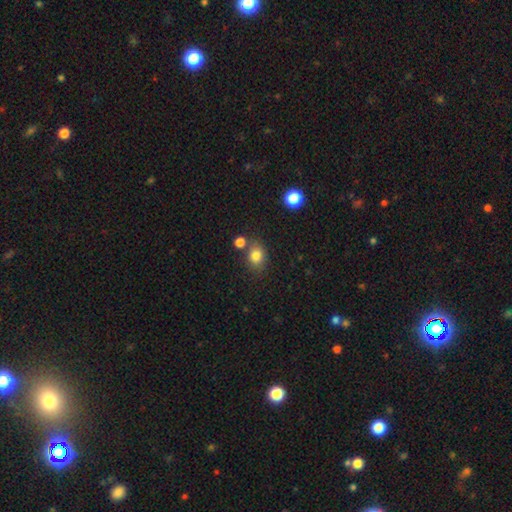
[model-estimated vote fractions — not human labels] The model was most divided on "how rounded": in between: 50%, round: 49%, cigar-shaped: 1%. More confident: smooth or featured — smooth (81%); merging — none (70%).